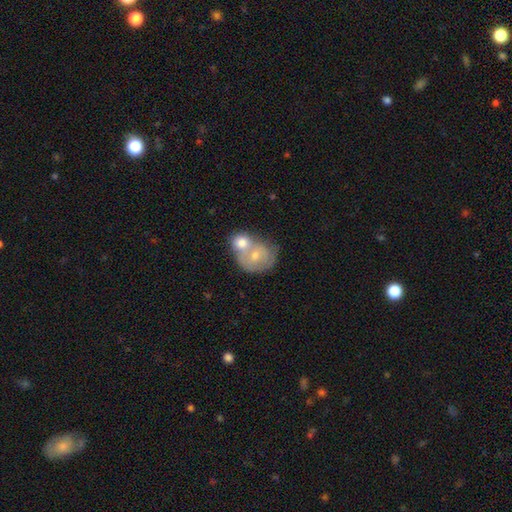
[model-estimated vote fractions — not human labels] This appears to be a smooth galaxy with no disk features (59%) that is round (67%). Merging: merger (72%).